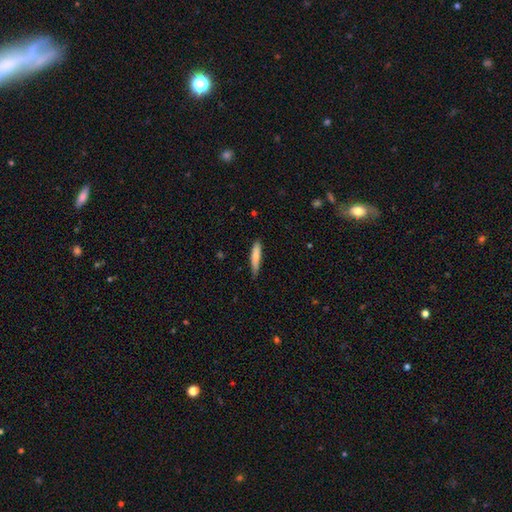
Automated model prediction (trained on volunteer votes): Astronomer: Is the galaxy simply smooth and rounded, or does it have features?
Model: smooth — 79%.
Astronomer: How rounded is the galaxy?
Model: cigar-shaped — 84%.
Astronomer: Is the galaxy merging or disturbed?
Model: none — 73%.